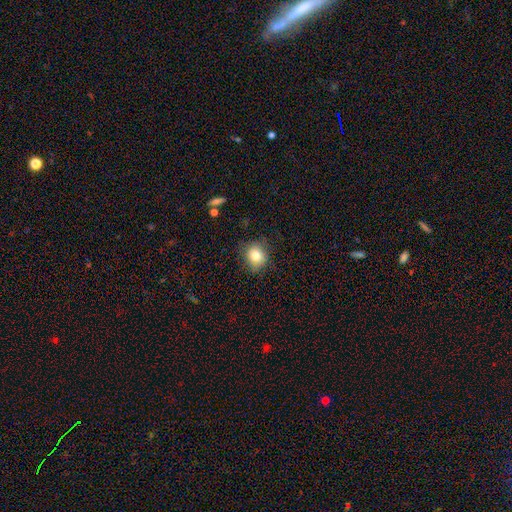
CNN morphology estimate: Smooth or featured? Predicted: smooth (p=0.82). How rounded? Predicted: round (p=0.72). Merging? Predicted: none (p=0.78).